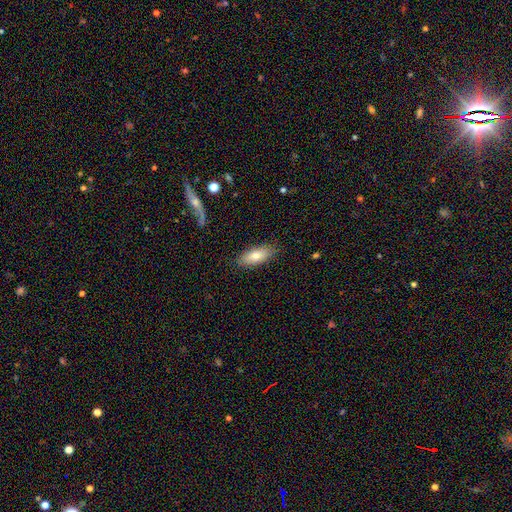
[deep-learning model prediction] This is likely a smooth galaxy (75%). How rounded: likely in between (77%). Merging: clearly none (84%).